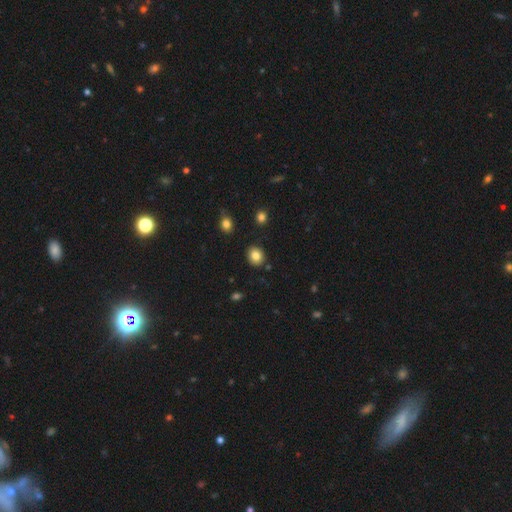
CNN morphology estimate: Overall: smooth (84%). How rounded: round (75%). Merging: none (88%).